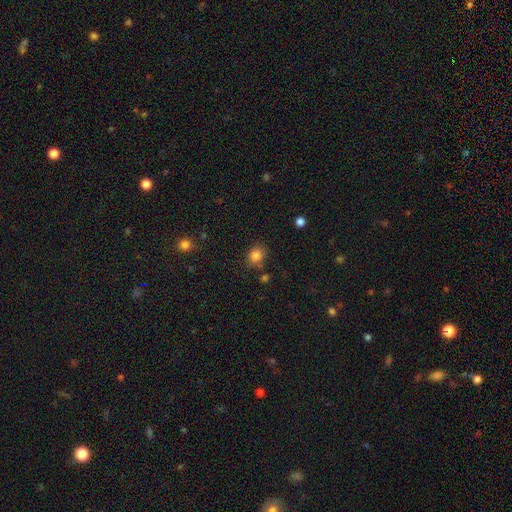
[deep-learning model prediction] Q: Smooth or featured?
A: smooth (82%); runner-up: star or artifact (12%)
Q: How rounded?
A: round (63%); runner-up: in between (37%)
Q: Merging?
A: none (79%); runner-up: minor disturbance (13%)